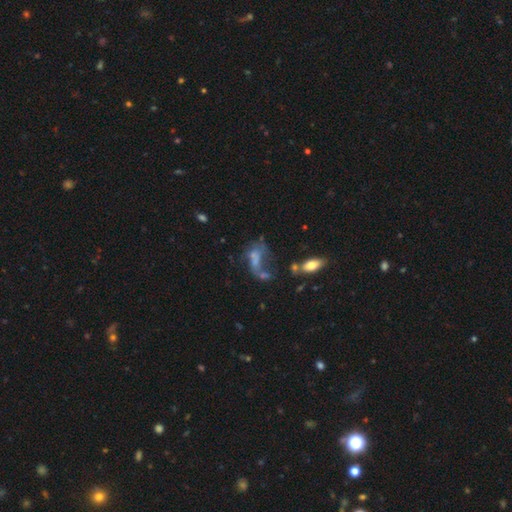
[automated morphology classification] featured or disk 47%, smooth 29%, star or artifact 24%. Down the decision tree: merging — major disturbance (34%).